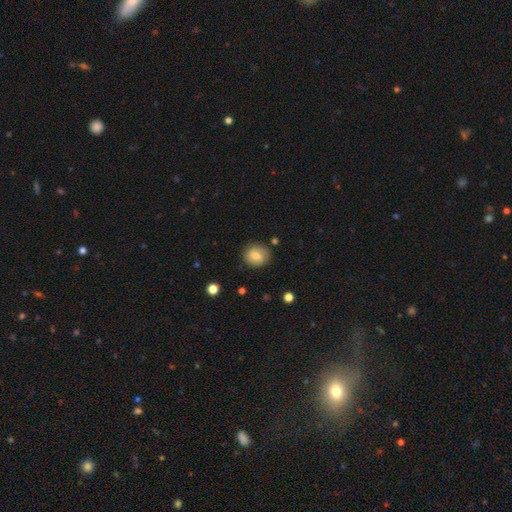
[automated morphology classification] A smooth galaxy with no disk features (65%) that is round (77%). Merging: none (79%).